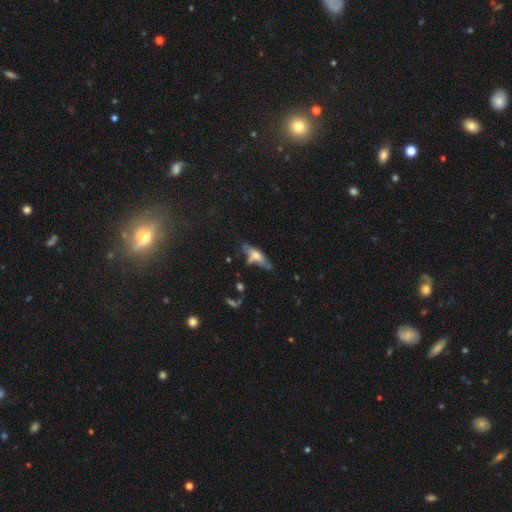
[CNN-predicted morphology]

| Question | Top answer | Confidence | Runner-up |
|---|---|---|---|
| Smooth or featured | smooth | 50% | featured or disk (40%) |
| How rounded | cigar-shaped | 50% | in between (47%) |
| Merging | none | 51% | minor disturbance (26%) |